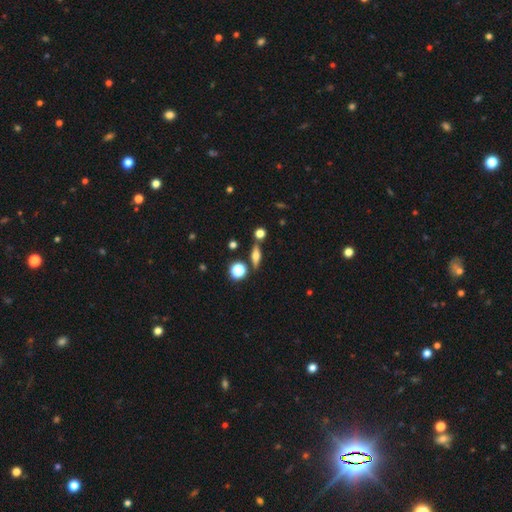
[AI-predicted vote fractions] Morphology: type=featured or disk (47%); merging=none (78%).